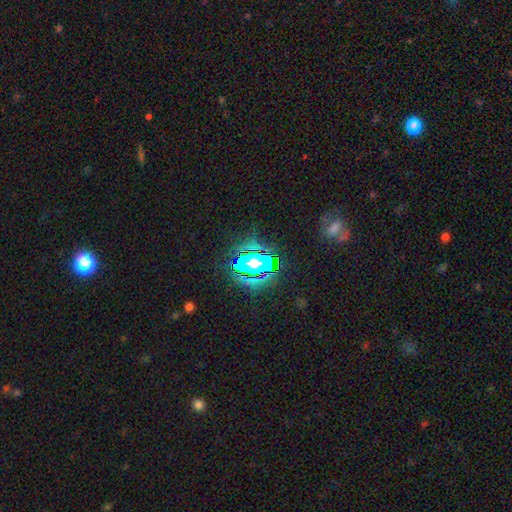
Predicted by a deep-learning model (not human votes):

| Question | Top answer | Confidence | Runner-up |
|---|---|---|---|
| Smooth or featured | star or artifact | 55% | smooth (29%) |